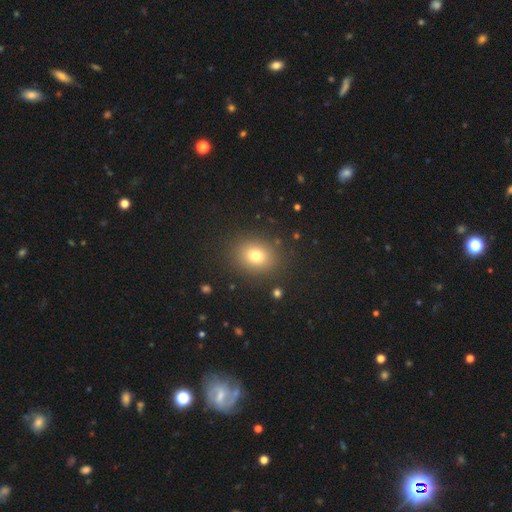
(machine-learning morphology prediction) smooth_or_featured: smooth (p=0.77) [alt: star or artifact p=0.14]
how_rounded: round (p=0.58) [alt: in between p=0.41]
merging: none (p=0.87) [alt: minor disturbance p=0.08]